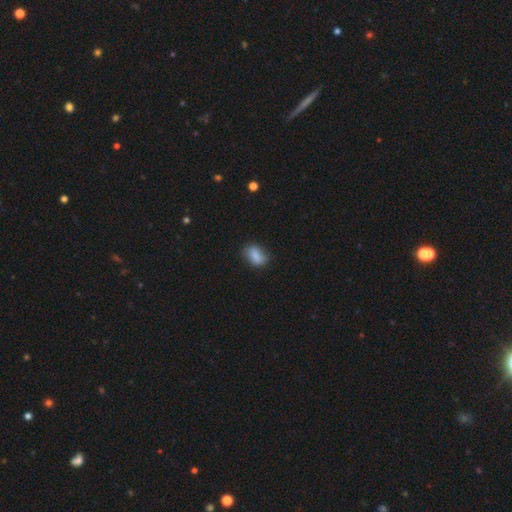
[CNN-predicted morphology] Overall: smooth (83%). How rounded: in between (81%). Merging: none (68%).